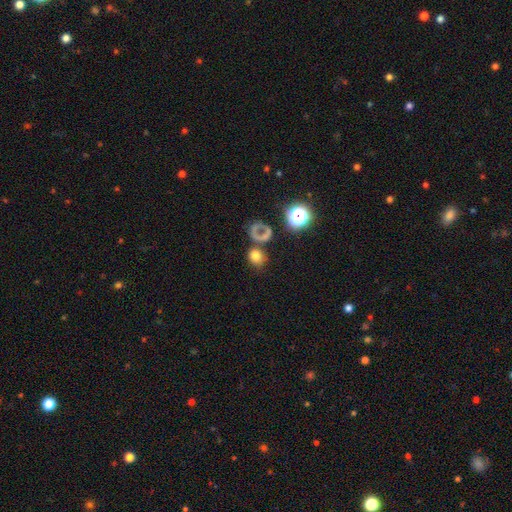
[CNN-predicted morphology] smooth_or_featured: smooth (p=0.68) [alt: star or artifact p=0.16]
how_rounded: round (p=0.67) [alt: in between p=0.32]
merging: none (p=0.56) [alt: merger p=0.15]